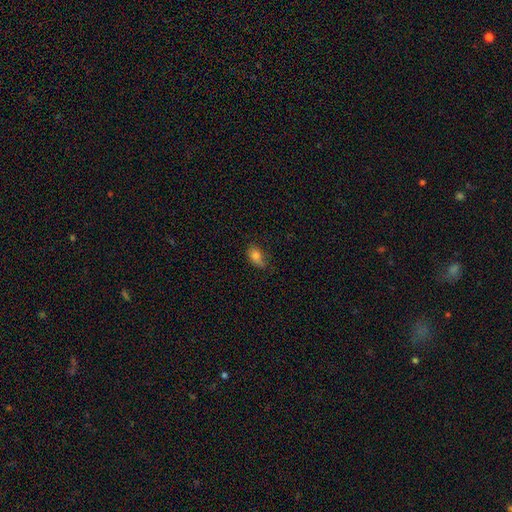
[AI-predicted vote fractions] Morphology: type=smooth (79%); roundness=in between (85%); merging=none (59%).